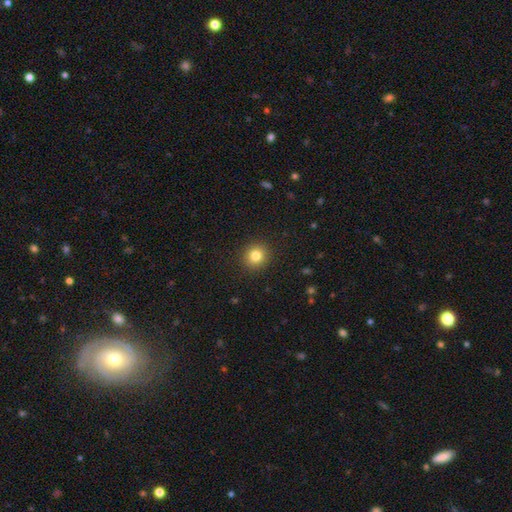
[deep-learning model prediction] Overall: smooth (82%). How rounded: round (89%). Merging: none (91%).